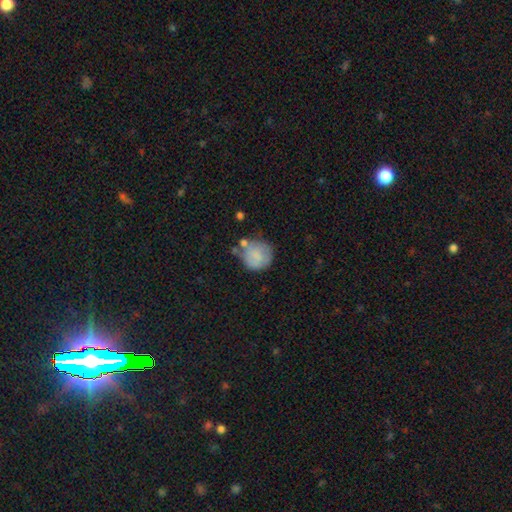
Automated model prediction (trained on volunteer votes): This appears to be a smooth galaxy with no disk features (75%) that is round (88%). Merging: none (50%).